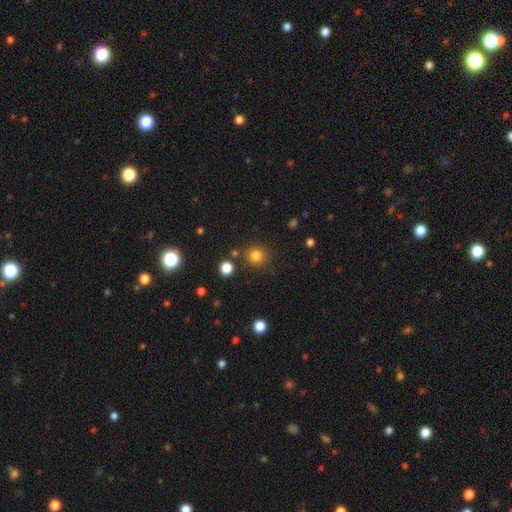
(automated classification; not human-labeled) smooth_or_featured: smooth (p=0.81) [alt: star or artifact p=0.14]
how_rounded: round (p=0.90) [alt: in between p=0.09]
merging: none (p=0.83) [alt: minor disturbance p=0.08]